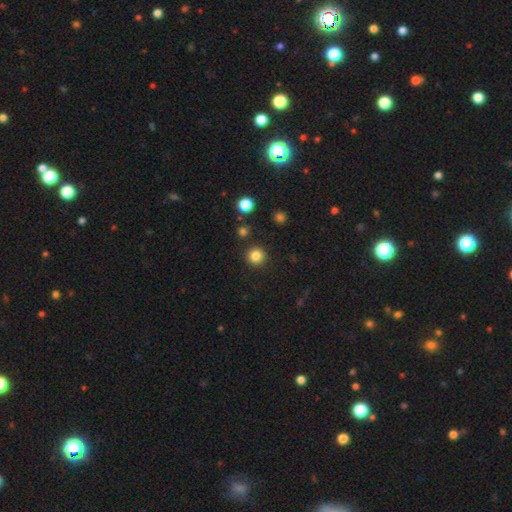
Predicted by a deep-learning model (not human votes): Smooth or featured: smooth — 84% (star or artifact — 12%)
How rounded: round — 95% (in between — 5%)
Merging: none — 91% (minor disturbance — 5%)